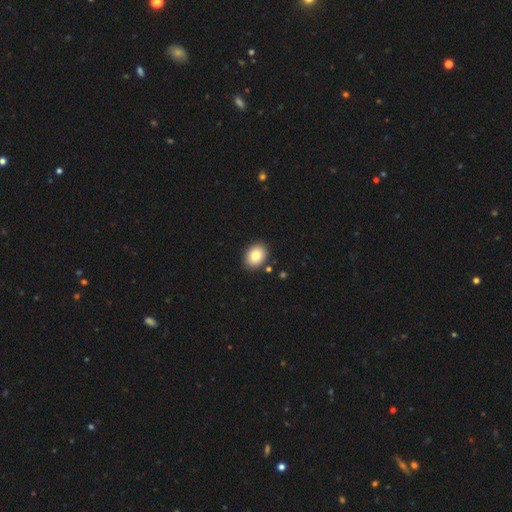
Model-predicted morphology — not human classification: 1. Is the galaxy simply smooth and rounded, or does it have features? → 81% smooth, 11% featured or disk, 8% star or artifact.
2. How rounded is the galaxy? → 63% in between, 36% round, 1% cigar-shaped.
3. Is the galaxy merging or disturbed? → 88% none, 7% minor disturbance, 2% merger, 2% major disturbance.